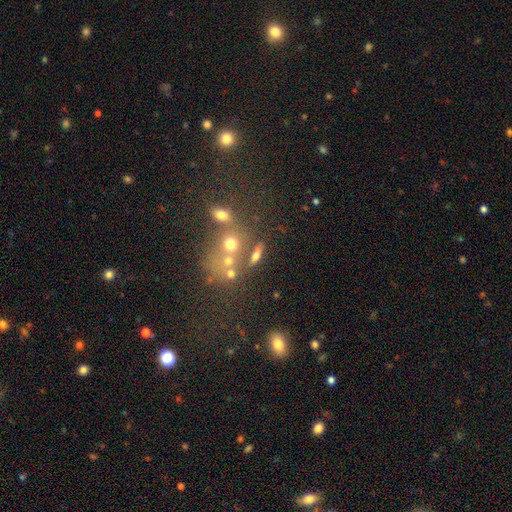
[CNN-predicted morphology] smooth 55%, featured or disk 27%, star or artifact 18%. Down the decision tree: how rounded — in between (50%); merging — none (55%).